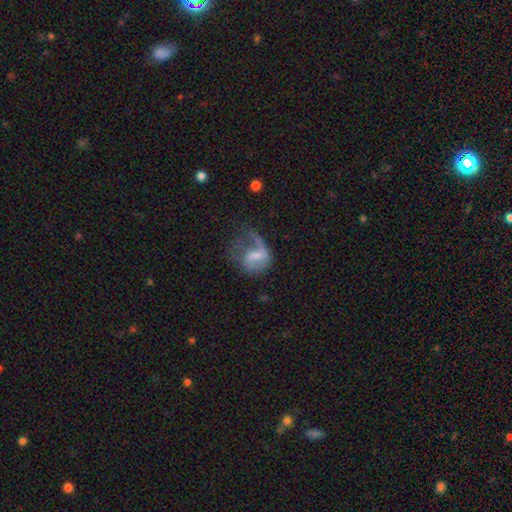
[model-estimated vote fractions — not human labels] A featured or disk galaxy (53%) with a weak bar (44%), spiral arms (59%) and no central bulge (35%).

Vote fractions:
- Smooth or featured? featured or disk: 53% / smooth: 38% / star or artifact: 9%
- Edge-on disk? no: 97% / yes: 3%
- Bar? weak: 44% / no: 35% / strong: 20%
- Spiral arms? yes: 59% / no: 41%
- Bulge size? none: 35% / moderate: 28% / small: 26% / large: 9% / dominant: 2%
- Merging? major disturbance: 52% / none: 25% / minor disturbance: 19% / merger: 4%